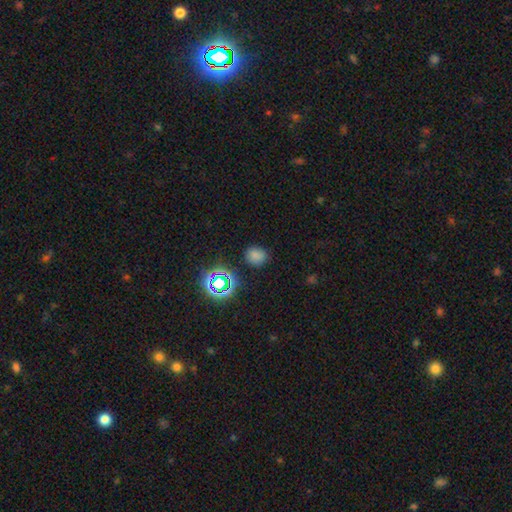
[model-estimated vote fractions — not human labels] Smooth or featured? smooth (71%)
How rounded? round (72%)
Merging? none (82%)